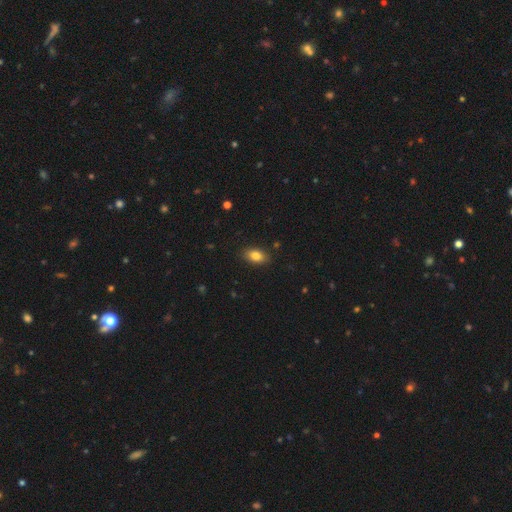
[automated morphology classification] smooth-or-featured: smooth: 84% | star or artifact: 9% | featured or disk: 8%
  how-rounded: in between: 88% | round: 10% | cigar-shaped: 2%
  merging: none: 87% | minor disturbance: 10% | major disturbance: 2% | merger: 1%